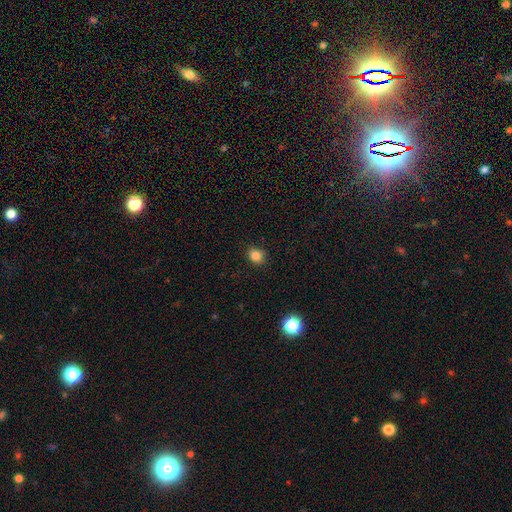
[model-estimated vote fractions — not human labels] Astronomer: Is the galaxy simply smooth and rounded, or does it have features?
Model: smooth — 84%.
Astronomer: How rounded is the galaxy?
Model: round — 69%.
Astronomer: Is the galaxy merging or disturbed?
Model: none — 86%.